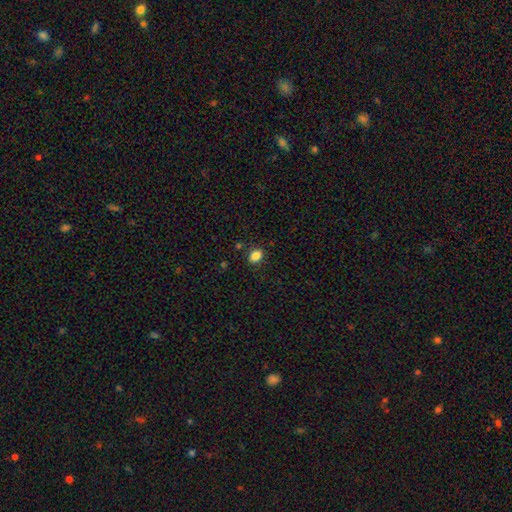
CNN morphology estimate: smooth_or_featured: smooth (p=0.85) [alt: star or artifact p=0.11]
how_rounded: in between (p=0.73) [alt: round p=0.26]
merging: none (p=0.85) [alt: minor disturbance p=0.10]